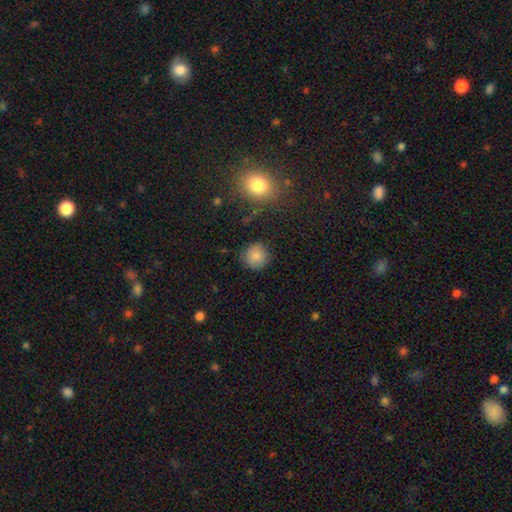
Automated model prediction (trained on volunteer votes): Smooth or featured?
  - smooth: 83% *
  - star or artifact: 10%
  - featured or disk: 6%
How rounded?
  - round: 91% *
  - in between: 7%
  - cigar-shaped: 1%
Merging?
  - none: 84% *
  - minor disturbance: 11%
  - major disturbance: 3%
  - merger: 2%